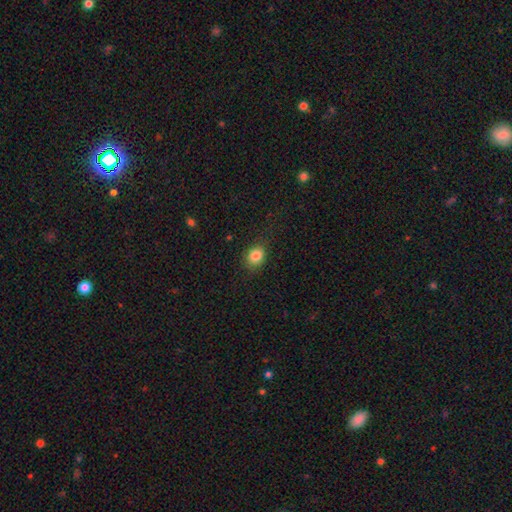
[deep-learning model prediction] The model was most divided on "how rounded": round: 51%, in between: 48%, cigar-shaped: 1%. More confident: smooth or featured — smooth (84%); merging — none (78%).